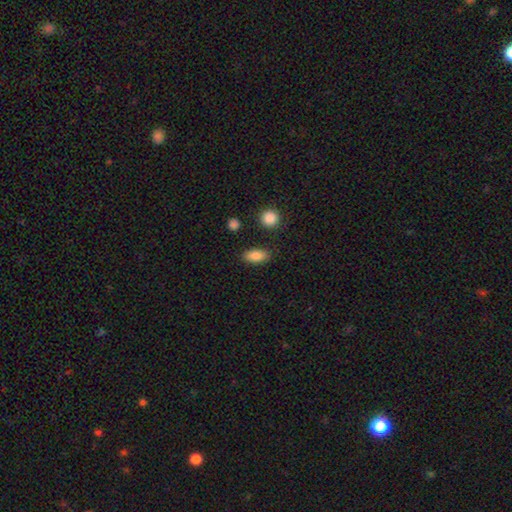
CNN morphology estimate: smooth-or-featured: smooth: 86% | star or artifact: 8% | featured or disk: 7%
  how-rounded: in between: 87% | cigar-shaped: 8% | round: 5%
  merging: none: 86% | minor disturbance: 9% | major disturbance: 3% | merger: 2%